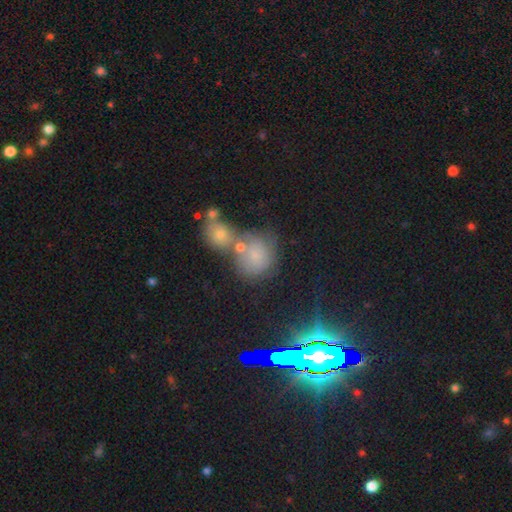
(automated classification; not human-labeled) A smooth galaxy with no disk features (60%) that is round (73%).

Vote fractions:
- Smooth or featured? smooth: 60% / featured or disk: 20% / star or artifact: 20%
- How rounded? round: 73% / in between: 25% / cigar-shaped: 1%
- Merging? merger: 50% / none: 31% / minor disturbance: 12% / major disturbance: 7%